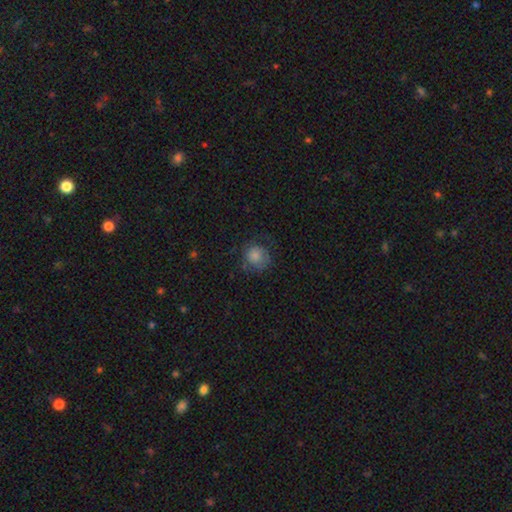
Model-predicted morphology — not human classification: Smooth or featured? smooth (75%)
How rounded? round (86%)
Merging? none (67%)